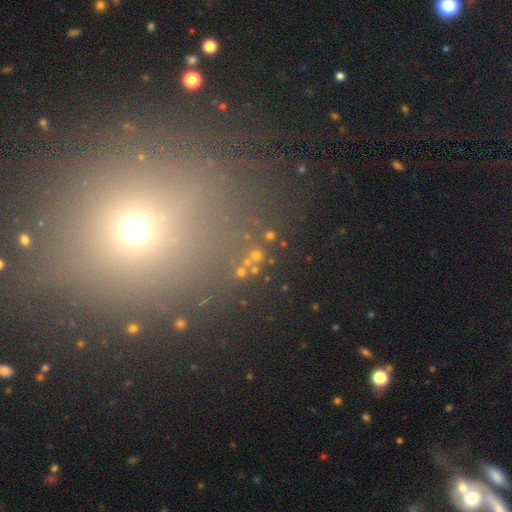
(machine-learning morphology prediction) The model was most divided on "smooth or featured": star or artifact: 56%, smooth: 32%, featured or disk: 13%.